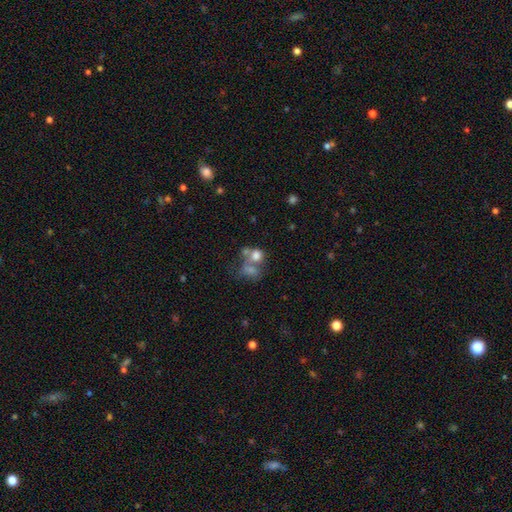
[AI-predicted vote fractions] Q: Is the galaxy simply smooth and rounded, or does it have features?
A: smooth — 68%.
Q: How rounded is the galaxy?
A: round — 60%.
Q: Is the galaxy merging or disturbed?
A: merger — 51%.